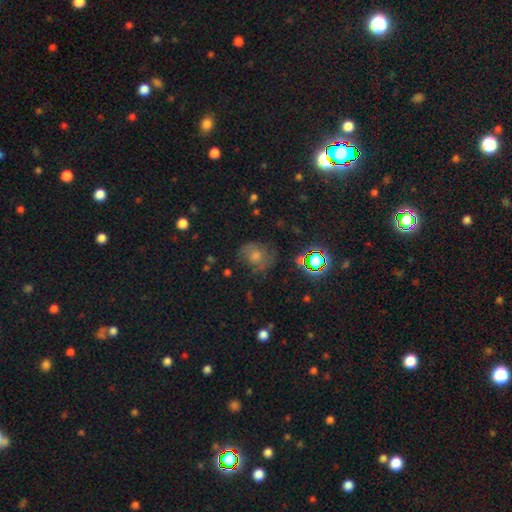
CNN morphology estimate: This appears to be a smooth galaxy with no disk features (38%). Merging: none (67%).